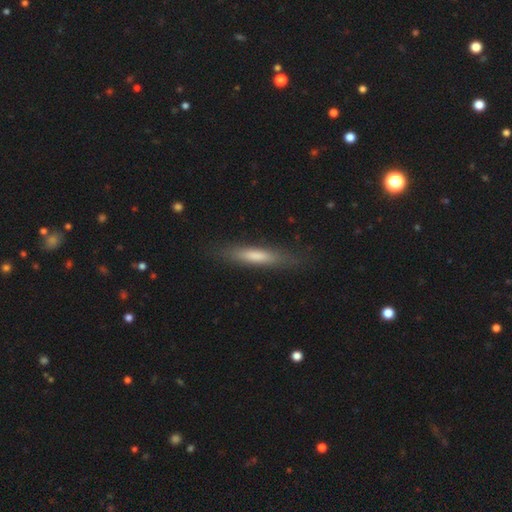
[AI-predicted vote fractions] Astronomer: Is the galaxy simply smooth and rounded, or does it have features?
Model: smooth — 64%.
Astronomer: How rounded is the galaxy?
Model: cigar-shaped — 89%.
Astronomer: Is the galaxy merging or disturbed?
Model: none — 84%.